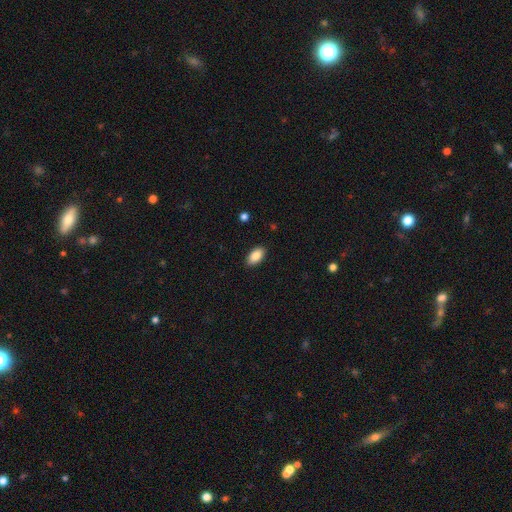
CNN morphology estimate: Smooth or featured: smooth — 85% (featured or disk — 8%)
How rounded: in between — 93% (round — 3%)
Merging: none — 89% (minor disturbance — 8%)